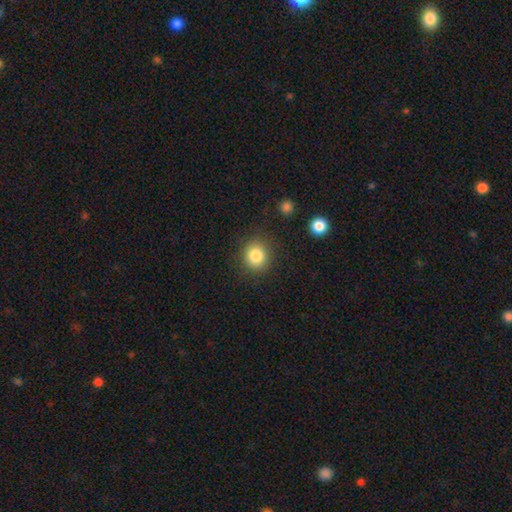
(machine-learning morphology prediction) type=smooth (84%); roundness=round (84%); merging=none (86%).